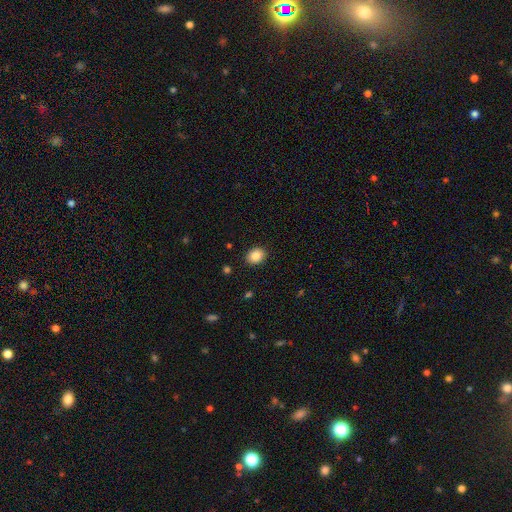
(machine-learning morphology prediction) The model was most divided on "how rounded": round: 57%, in between: 42%, cigar-shaped: 1%. More confident: merging — none (90%); smooth or featured — smooth (85%).